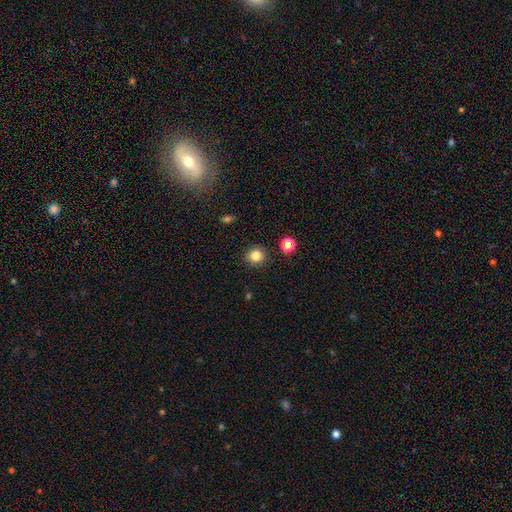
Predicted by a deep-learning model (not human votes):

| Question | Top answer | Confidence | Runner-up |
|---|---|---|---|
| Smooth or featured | smooth | 84% | star or artifact (12%) |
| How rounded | round | 90% | in between (9%) |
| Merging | none | 90% | minor disturbance (6%) |